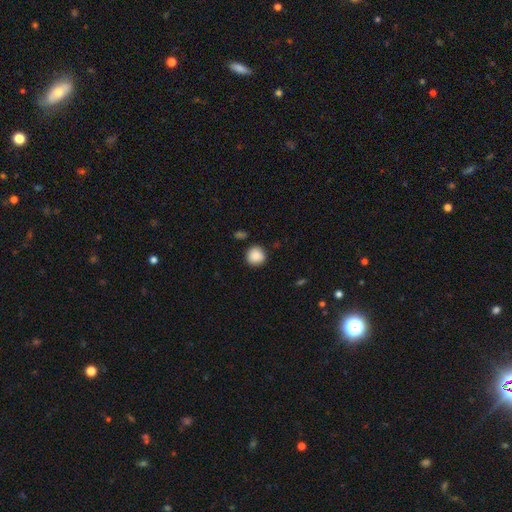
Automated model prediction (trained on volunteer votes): Morphology: type=smooth (89%); roundness=round (93%); merging=none (88%).